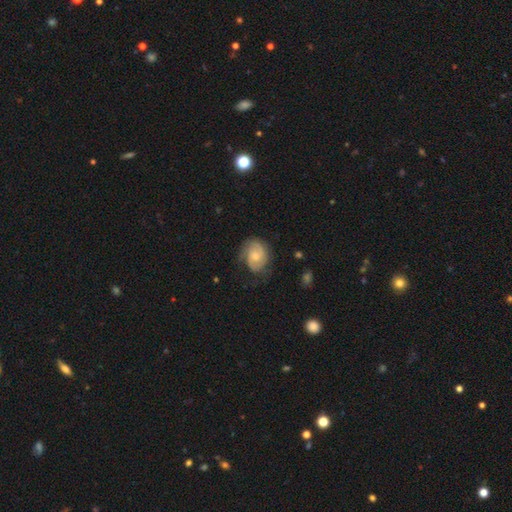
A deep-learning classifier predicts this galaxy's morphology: Smooth or featured: featured or disk — 68% (smooth — 26%)
Edge-on disk: no — 98% (yes — 2%)
Bar: no — 64% (weak — 32%)
Spiral arms: yes — 92% (no — 8%)
Spiral winding: tight — 44% (medium — 41%)
Spiral arm count: 2 — 74% (can't tell — 13%)
Bulge size: moderate — 45% (tied with small — 45%)
Merging: none — 67% (minor disturbance — 22%)